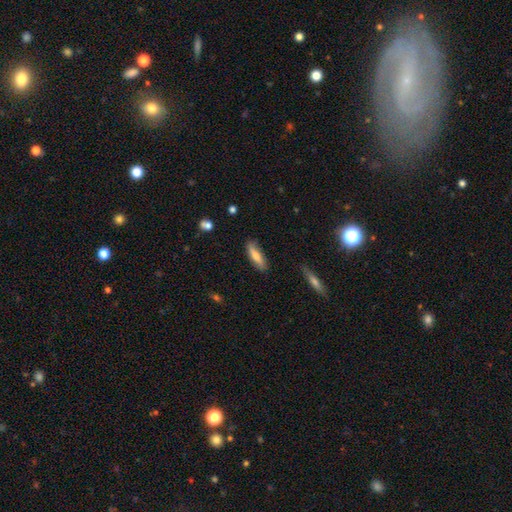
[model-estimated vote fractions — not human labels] Smooth or featured?
  - smooth: 68% *
  - featured or disk: 25%
  - star or artifact: 7%
How rounded?
  - cigar-shaped: 55% *
  - in between: 43%
  - round: 2%
Merging?
  - none: 81% *
  - minor disturbance: 14%
  - major disturbance: 3%
  - merger: 2%